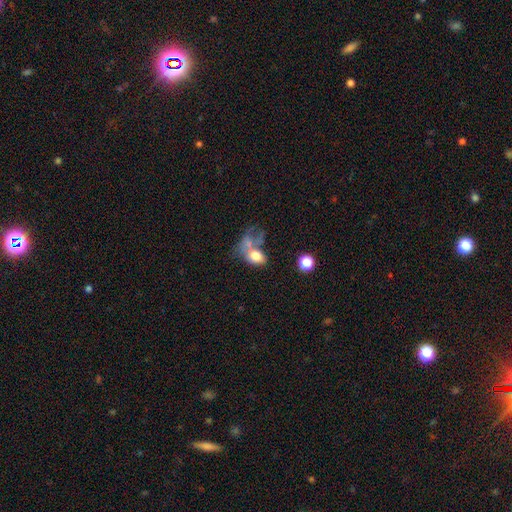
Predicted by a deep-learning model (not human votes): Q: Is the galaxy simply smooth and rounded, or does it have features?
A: smooth — 68%.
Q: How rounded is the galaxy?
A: in between — 73%.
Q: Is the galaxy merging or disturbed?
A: merger — 46%.